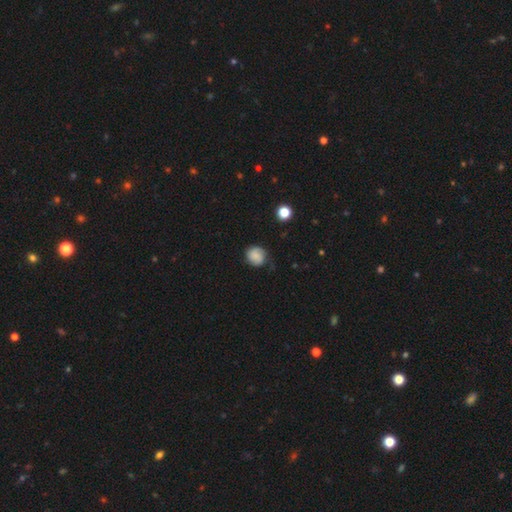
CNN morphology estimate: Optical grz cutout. It shows a smooth galaxy with no disk features (73%) that is round (80%). Merging: none (66%).